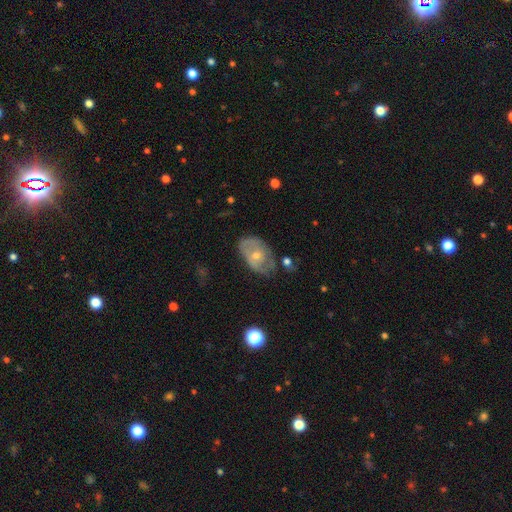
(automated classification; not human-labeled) Smooth or featured: featured or disk — 61% (smooth — 30%)
Edge-on disk: no — 93% (yes — 7%)
Bar: no — 72% (weak — 22%)
Spiral arms: yes — 57% (no — 43%)
Bulge size: small — 51% (moderate — 45%)
Merging: none — 60% (minor disturbance — 27%)